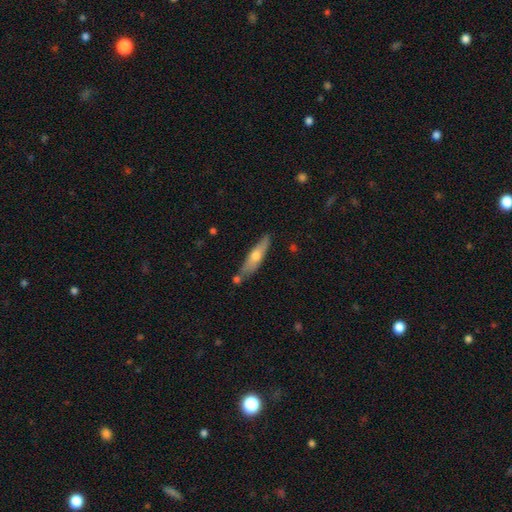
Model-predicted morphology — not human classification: Overall: smooth (51%; featured or disk 43%). How rounded: cigar-shaped (77%). Merging: none (72%).